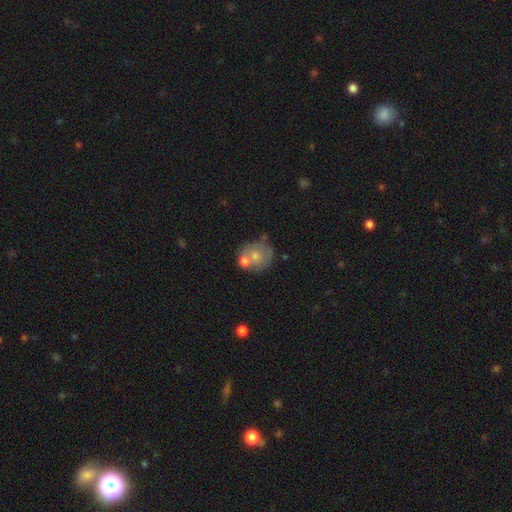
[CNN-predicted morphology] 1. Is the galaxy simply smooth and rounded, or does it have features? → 62% smooth, 30% featured or disk, 8% star or artifact.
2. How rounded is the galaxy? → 74% round, 25% in between, 1% cigar-shaped.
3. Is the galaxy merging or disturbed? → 41% none, 36% merger, 16% minor disturbance, 7% major disturbance.